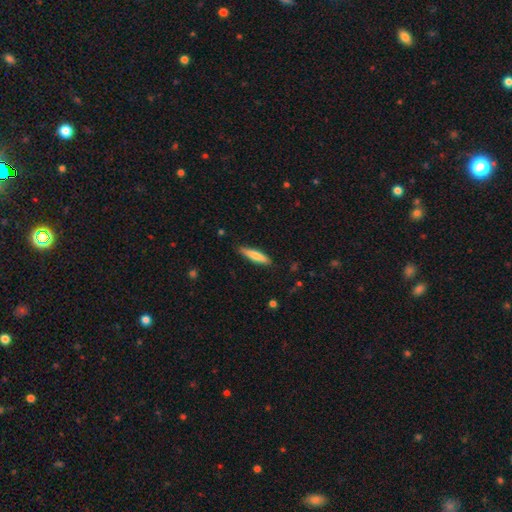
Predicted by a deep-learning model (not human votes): Q: Smooth or featured?
A: smooth (76%); runner-up: featured or disk (18%)
Q: How rounded?
A: cigar-shaped (84%); runner-up: in between (15%)
Q: Merging?
A: none (87%); runner-up: minor disturbance (10%)